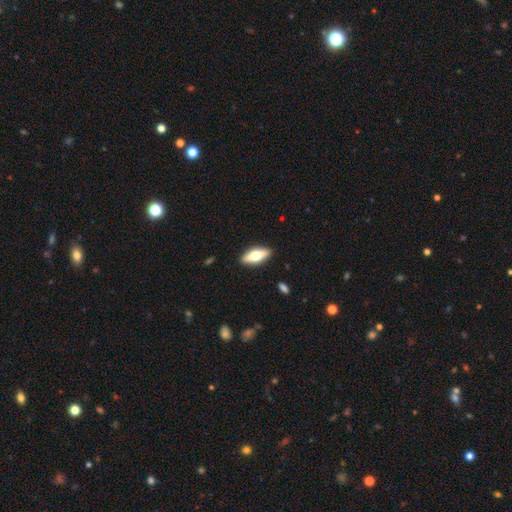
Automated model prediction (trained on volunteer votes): This appears to be a smooth galaxy with no disk features (52%) that is in between round and cigar-shaped (70%). Merging: none (89%).